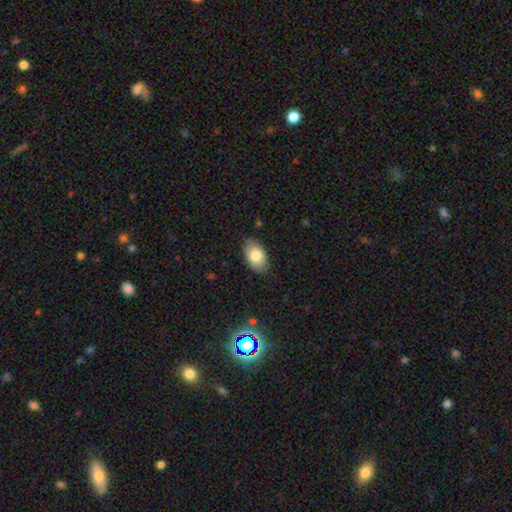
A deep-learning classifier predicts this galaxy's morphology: This is clearly a smooth galaxy (80%). How rounded: clearly in between (93%). Merging: clearly none (84%).